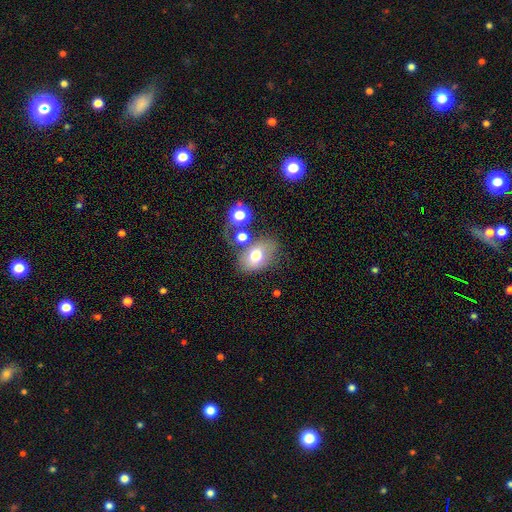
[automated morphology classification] smooth 67%, featured or disk 22%, star or artifact 11%. Down the decision tree: how rounded — in between (76%); merging — none (53%).